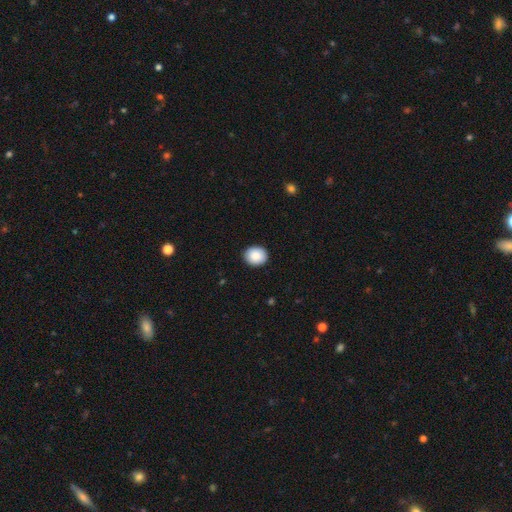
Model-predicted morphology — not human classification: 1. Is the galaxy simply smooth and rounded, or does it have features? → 89% smooth, 7% star or artifact, 4% featured or disk.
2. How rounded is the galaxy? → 64% round, 35% in between, 1% cigar-shaped.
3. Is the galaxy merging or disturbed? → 90% none, 7% minor disturbance, 2% major disturbance, 1% merger.